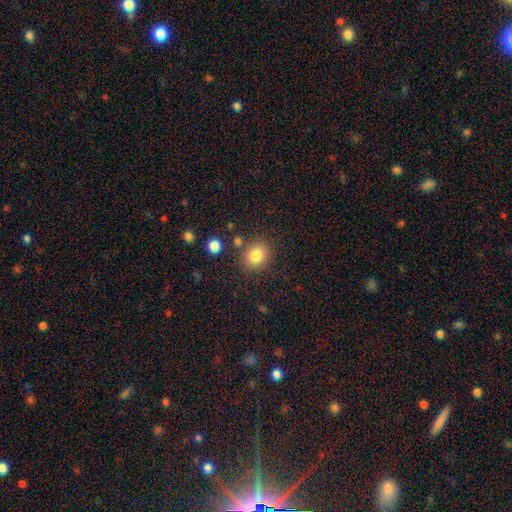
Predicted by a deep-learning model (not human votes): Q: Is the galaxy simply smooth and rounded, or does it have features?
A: smooth — 82%.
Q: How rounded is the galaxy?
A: round — 70%.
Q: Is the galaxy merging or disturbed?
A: none — 82%.